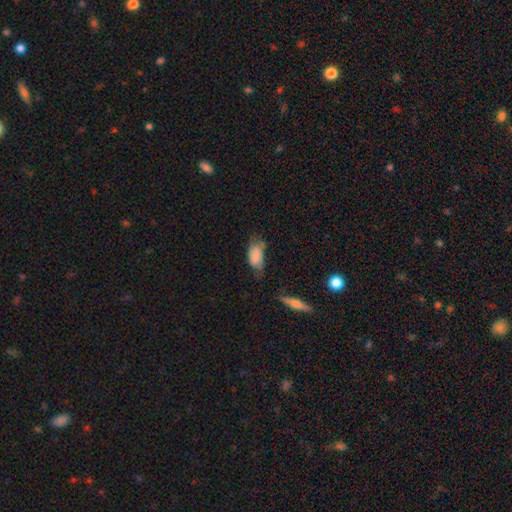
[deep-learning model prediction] smooth 79%, featured or disk 13%, star or artifact 8%. Down the decision tree: how rounded — in between (90%); merging — none (46%).